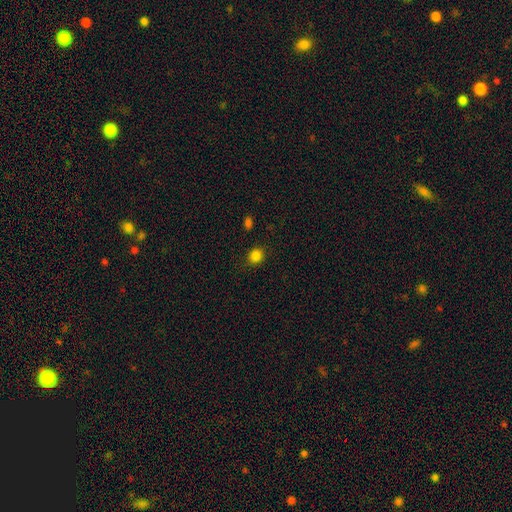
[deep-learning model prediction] A smooth galaxy with no disk features (83%) that is round (83%). Merging: none (88%).